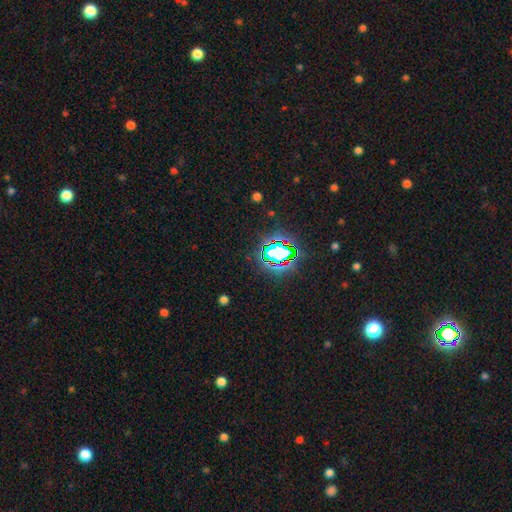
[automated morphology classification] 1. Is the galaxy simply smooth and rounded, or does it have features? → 83% star or artifact, 10% smooth, 7% featured or disk.